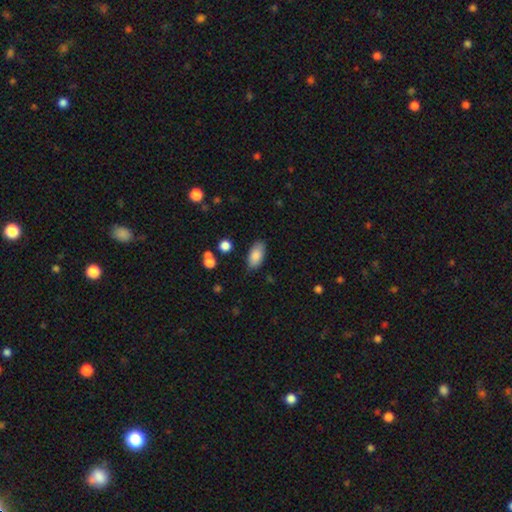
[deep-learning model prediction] Smooth or featured? smooth (86%)
How rounded? in between (93%)
Merging? none (82%)